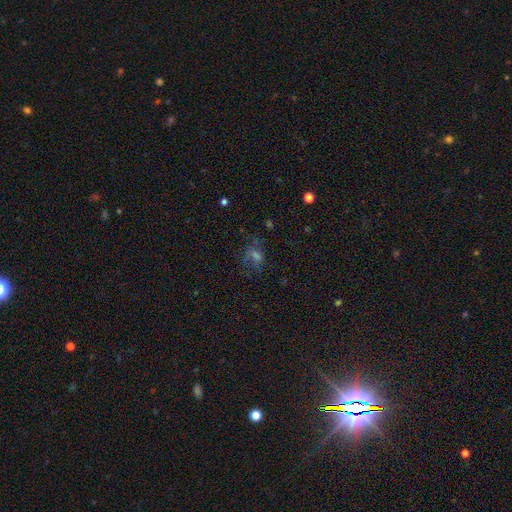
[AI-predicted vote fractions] This is marginally a star or artifact rather than a galaxy (37%).